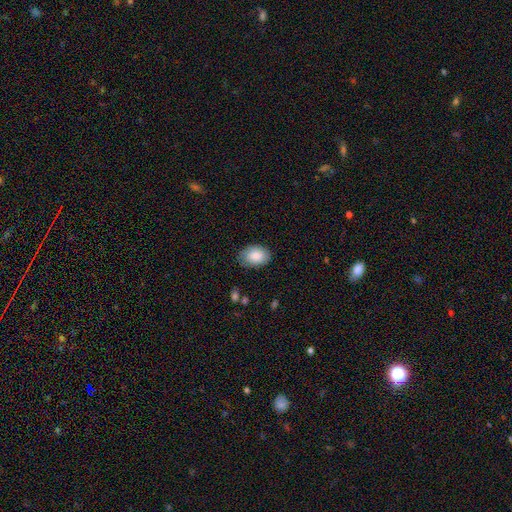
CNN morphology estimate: Smooth or featured? Predicted: smooth (p=0.86). How rounded? Predicted: in between (p=0.78). Merging? Predicted: none (p=0.77).